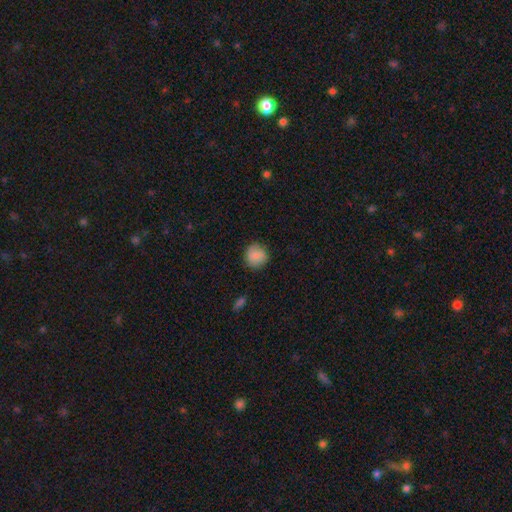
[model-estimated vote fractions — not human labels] smooth-or-featured: smooth: 86% | star or artifact: 8% | featured or disk: 6%
  how-rounded: round: 90% | in between: 9% | cigar-shaped: 1%
  merging: none: 84% | minor disturbance: 12% | major disturbance: 3% | merger: 1%